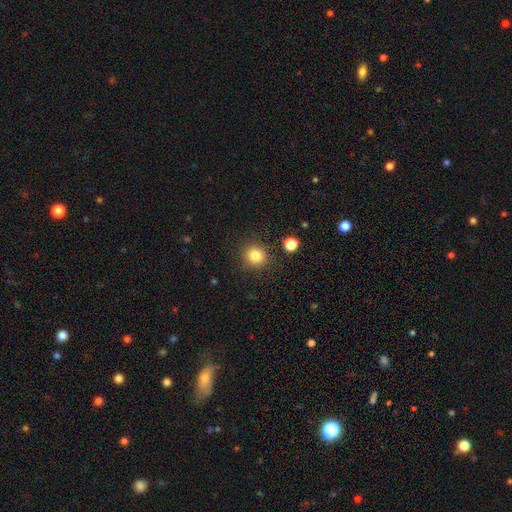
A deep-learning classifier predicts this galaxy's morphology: A smooth galaxy with no disk features (81%) that is round (91%).

Vote fractions:
- Smooth or featured? smooth: 81% / star or artifact: 12% / featured or disk: 6%
- How rounded? round: 91% / in between: 8% / cigar-shaped: 1%
- Merging? none: 87% / minor disturbance: 7% / merger: 3% / major disturbance: 3%